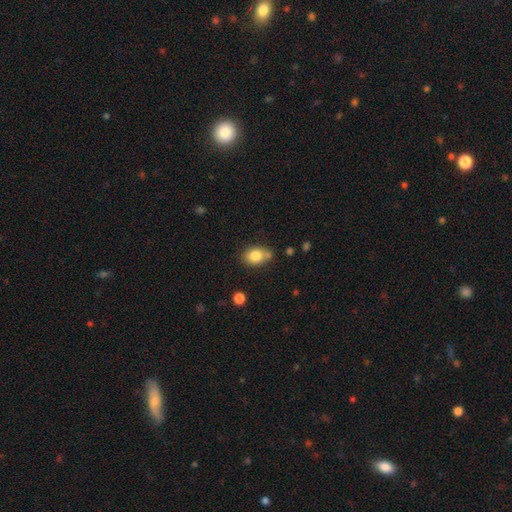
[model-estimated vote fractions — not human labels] Smooth or featured? smooth (82%)
How rounded? in between (60%)
Merging? none (63%)